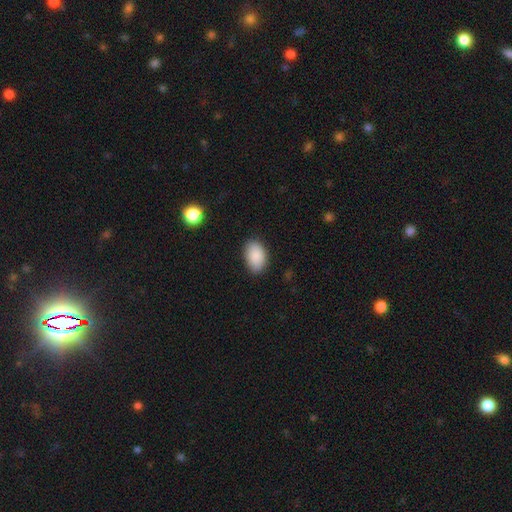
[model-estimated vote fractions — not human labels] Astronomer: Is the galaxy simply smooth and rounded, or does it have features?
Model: smooth — 89%.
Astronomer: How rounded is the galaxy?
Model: in between — 91%.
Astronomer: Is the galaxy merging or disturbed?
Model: none — 85%.